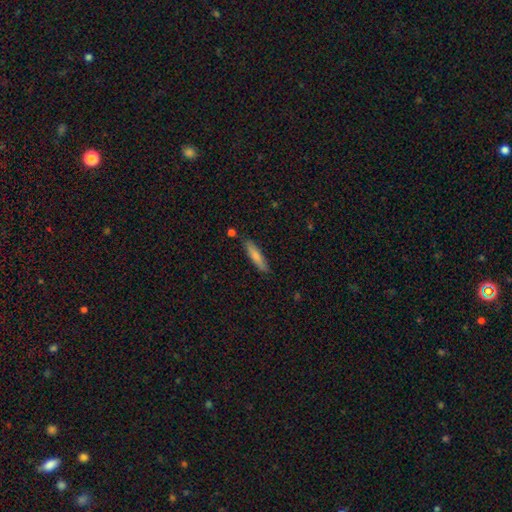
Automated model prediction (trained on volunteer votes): smooth 76%, featured or disk 18%, star or artifact 6%. Down the decision tree: how rounded — cigar-shaped (82%); merging — none (84%).